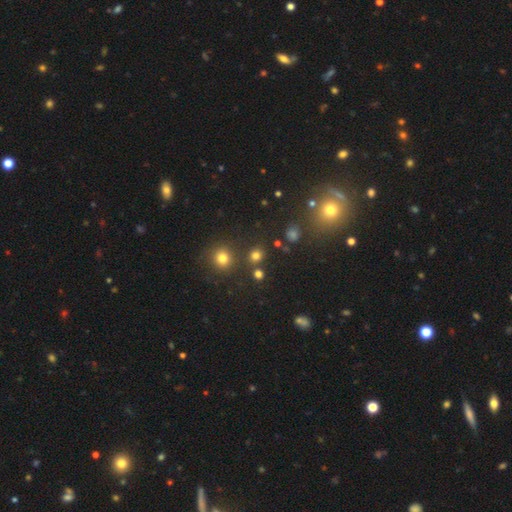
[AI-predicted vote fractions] Morphology: type=smooth (76%); roundness=round (85%); merging=none (80%).